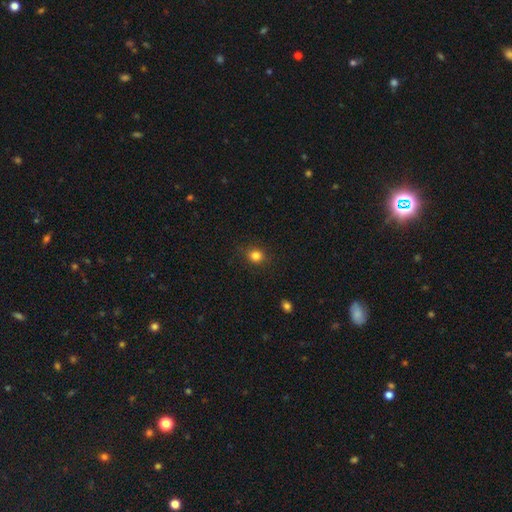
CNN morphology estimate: A smooth galaxy with no disk features (83%) that is round (81%).

Vote fractions:
- Smooth or featured? smooth: 83% / star or artifact: 13% / featured or disk: 5%
- How rounded? round: 81% / in between: 18% / cigar-shaped: 1%
- Merging? none: 88% / minor disturbance: 8% / major disturbance: 3% / merger: 1%